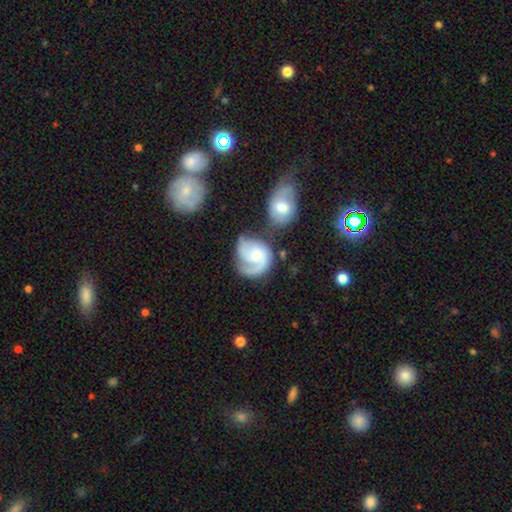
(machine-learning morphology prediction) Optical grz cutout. It shows a featured or disk galaxy (77%) with no bar (66%), 1 (45%) medium (43%) spiral arms (94%) and a moderate central bulge (47%). Merging: none (38%).